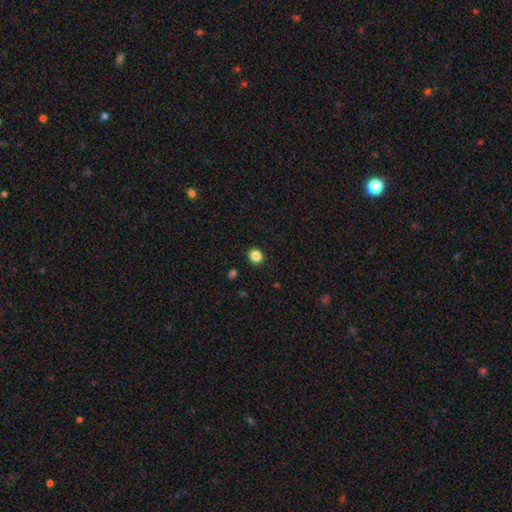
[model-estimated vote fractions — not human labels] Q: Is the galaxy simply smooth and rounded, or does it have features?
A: smooth — 85%.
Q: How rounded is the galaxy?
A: round — 80%.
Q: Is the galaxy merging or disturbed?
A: none — 91%.